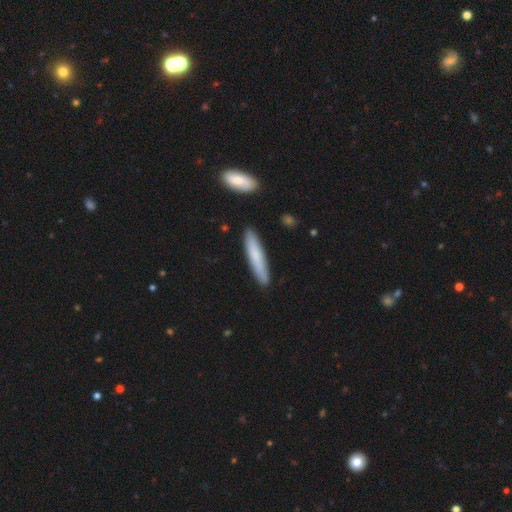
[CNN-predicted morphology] Smooth or featured?
  - smooth: 74% *
  - featured or disk: 21%
  - star or artifact: 6%
How rounded?
  - cigar-shaped: 91% *
  - in between: 8%
  - round: 1%
Merging?
  - none: 88% *
  - minor disturbance: 9%
  - merger: 2%
  - major disturbance: 2%